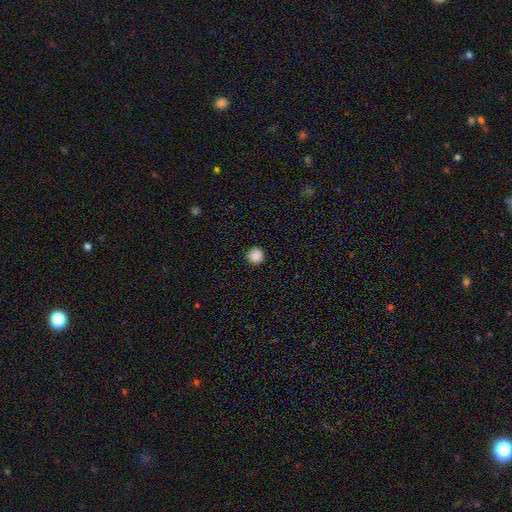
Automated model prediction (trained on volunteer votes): Smooth or featured: smooth — 88% (star or artifact — 9%)
How rounded: round — 95% (in between — 4%)
Merging: none — 92% (minor disturbance — 5%)